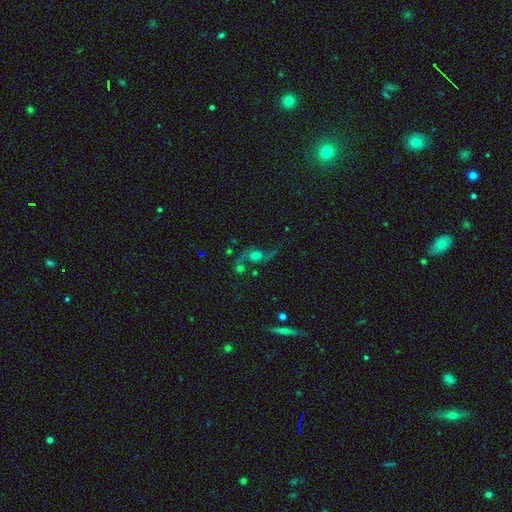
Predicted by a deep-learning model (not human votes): smooth-or-featured: featured or disk: 76% | smooth: 12% | star or artifact: 12%
  disk-edge-on: no: 96% | yes: 4%
    bar: no: 73% | weak: 22% | strong: 5%
    has-spiral-arms: yes: 92% | no: 8%
      spiral-winding: loose: 83% | medium: 14% | tight: 3%
      spiral-arm-count: 2: 90% | 1: 5% | can't tell: 2% | 3: 1% | 4: 1% | more than 4: 1%
    bulge-size: moderate: 52% | small: 23% | large: 16% | none: 5% | dominant: 3%
  merging: none: 50% | merger: 20% | minor disturbance: 15% | major disturbance: 15%